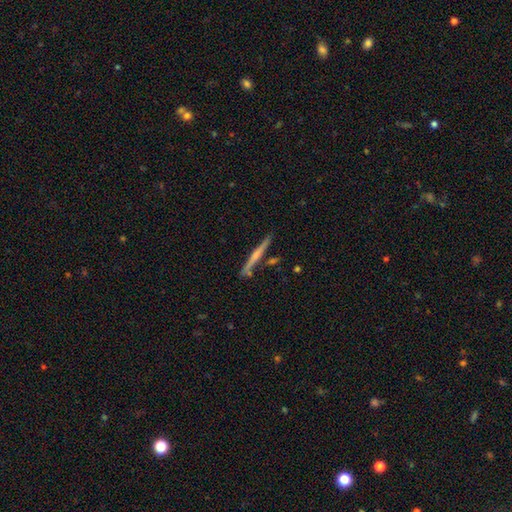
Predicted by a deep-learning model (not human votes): smooth-or-featured: featured or disk: 57% | smooth: 37% | star or artifact: 6%
  disk-edge-on: yes: 97% | no: 3%
    edge-on-bulge: none: 46% | rounded: 44% | boxy: 11%
  merging: none: 83% | minor disturbance: 10% | merger: 5% | major disturbance: 2%